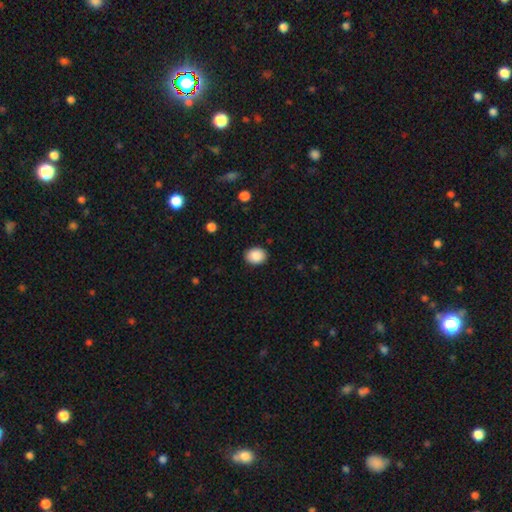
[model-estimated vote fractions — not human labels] The model was most divided on "how rounded": in between: 58%, round: 41%, cigar-shaped: 1%. More confident: smooth or featured — smooth (89%); merging — none (89%).